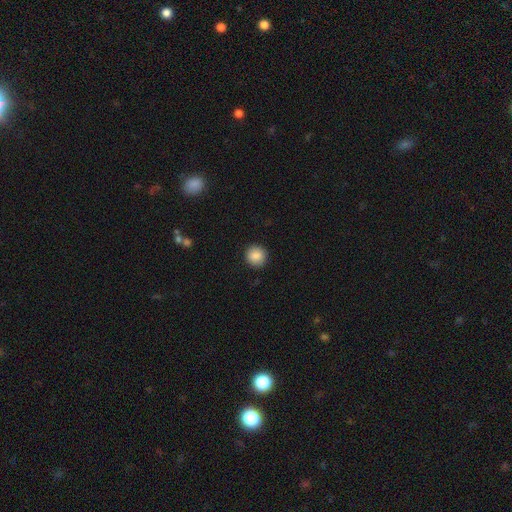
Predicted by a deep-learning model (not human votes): This appears to be a smooth galaxy with no disk features (88%) that is round (93%). Merging: none (91%).